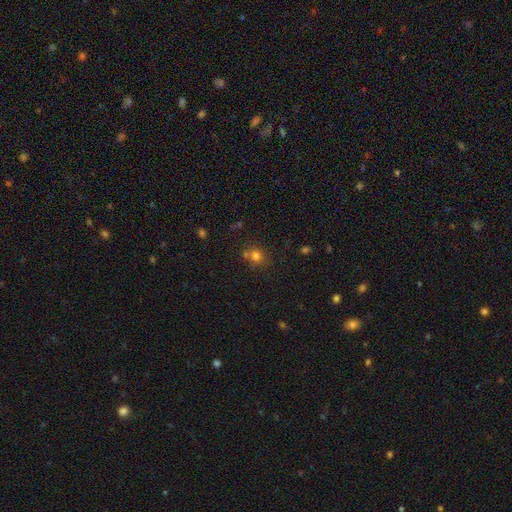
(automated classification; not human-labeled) Smooth or featured? Predicted: smooth (p=0.74). How rounded? Predicted: round (p=0.79). Merging? Predicted: none (p=0.63).